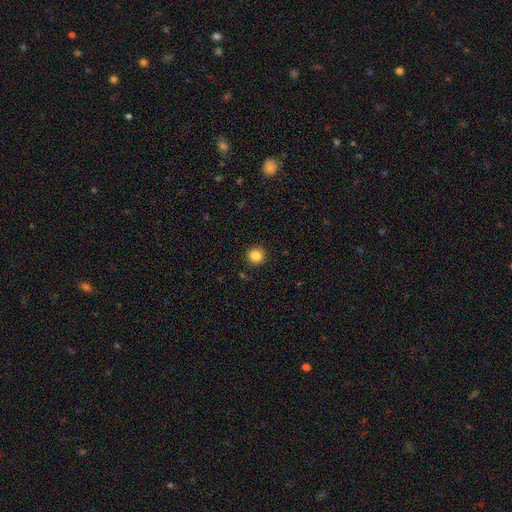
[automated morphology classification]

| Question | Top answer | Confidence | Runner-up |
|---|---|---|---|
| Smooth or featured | smooth | 85% | star or artifact (11%) |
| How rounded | round | 95% | in between (4%) |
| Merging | none | 92% | minor disturbance (5%) |